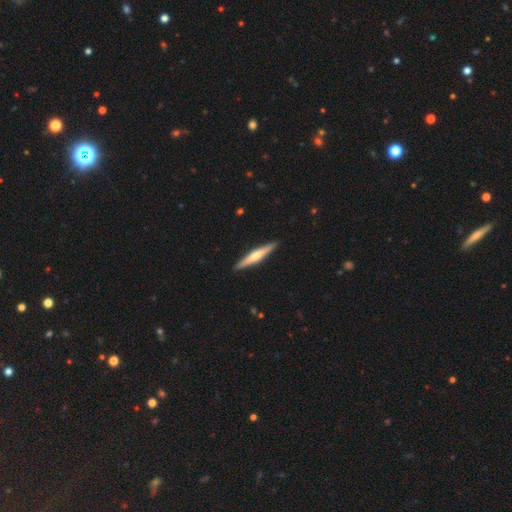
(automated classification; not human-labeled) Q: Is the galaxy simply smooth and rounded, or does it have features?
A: featured or disk — 53%.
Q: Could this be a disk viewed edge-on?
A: yes — 97%.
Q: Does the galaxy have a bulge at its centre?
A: rounded — 70%.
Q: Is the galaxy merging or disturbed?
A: none — 91%.